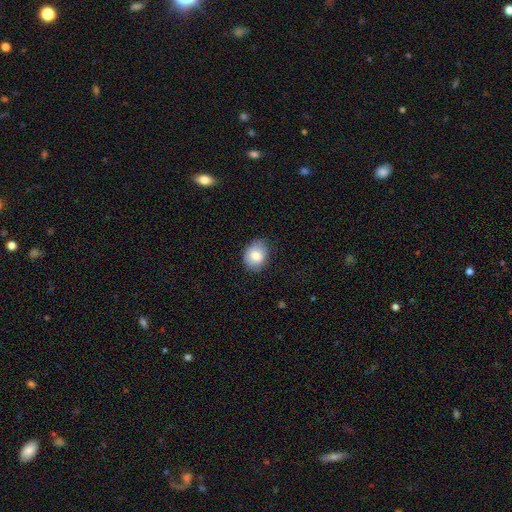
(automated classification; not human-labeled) smooth_or_featured: smooth (p=0.81) [alt: featured or disk p=0.12]
how_rounded: in between (p=0.60) [alt: round p=0.40]
merging: none (p=0.80) [alt: minor disturbance p=0.16]